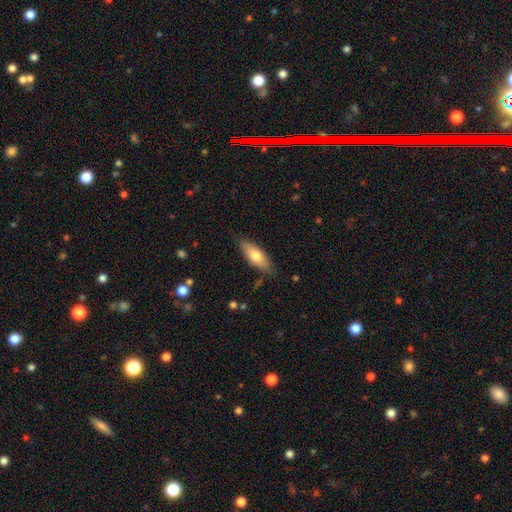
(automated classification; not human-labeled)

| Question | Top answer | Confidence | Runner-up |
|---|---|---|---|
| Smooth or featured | smooth | 70% | featured or disk (24%) |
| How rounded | in between | 67% | cigar-shaped (30%) |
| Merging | none | 82% | minor disturbance (14%) |